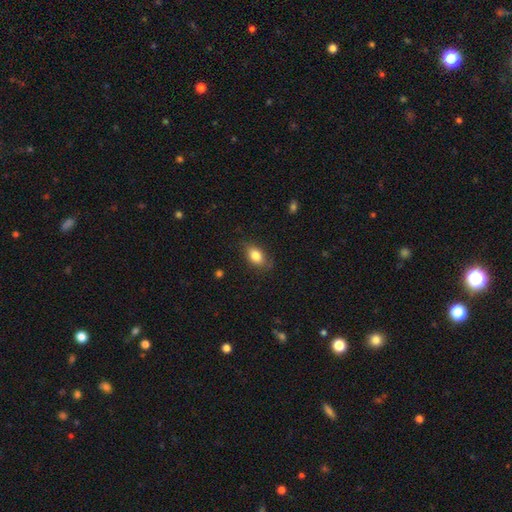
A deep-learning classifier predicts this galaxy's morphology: Smooth or featured? smooth (82%)
How rounded? in between (86%)
Merging? none (78%)